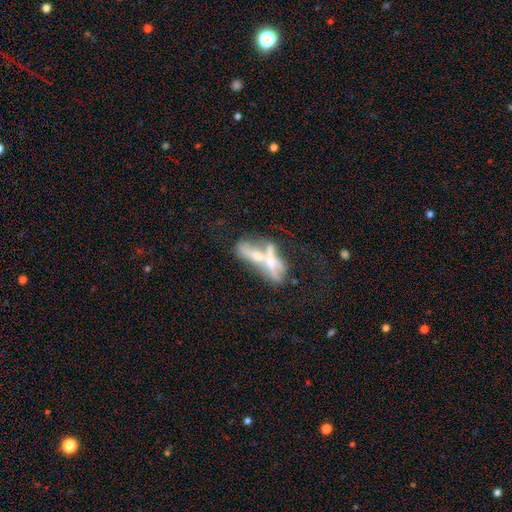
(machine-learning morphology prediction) Q: Smooth or featured?
A: featured or disk (53%); runner-up: smooth (36%)
Q: Edge-on disk?
A: no (58%); runner-up: yes (42%)
Q: Merging?
A: merger (63%); runner-up: none (17%)